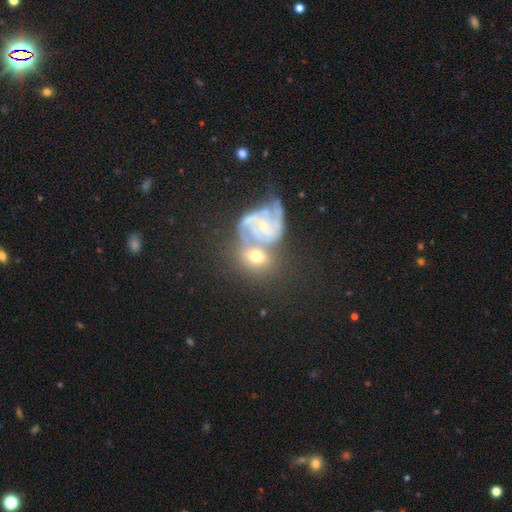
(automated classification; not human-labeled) A featured or disk galaxy (54%) with no bar (52%), spiral arms (85%) and a small central bulge (58%). Merging: none (39%).